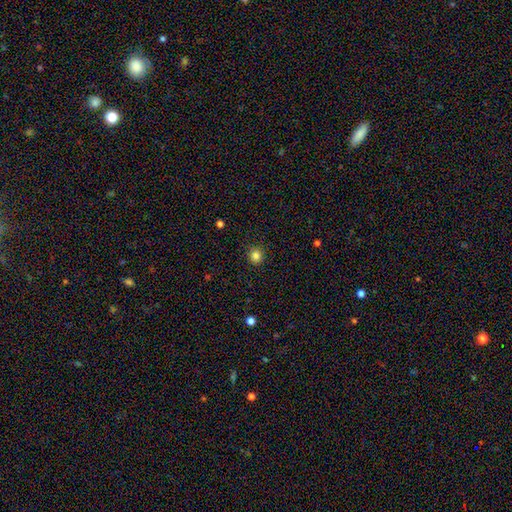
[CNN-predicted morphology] This appears to be a smooth galaxy with no disk features (84%) that is round (93%). Merging: none (91%).